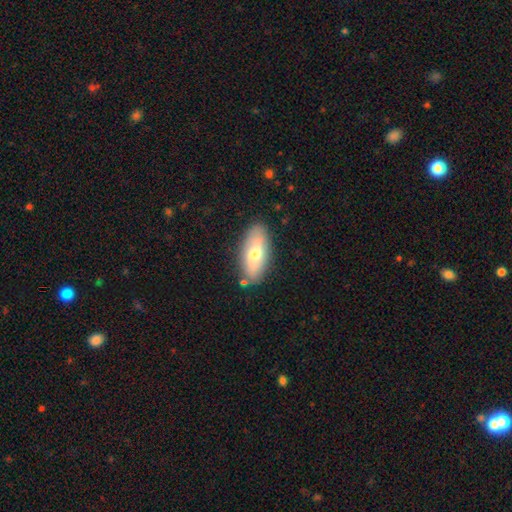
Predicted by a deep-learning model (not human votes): Overall: smooth (61%; featured or disk 32%). How rounded: in between (85%). Merging: none (84%).